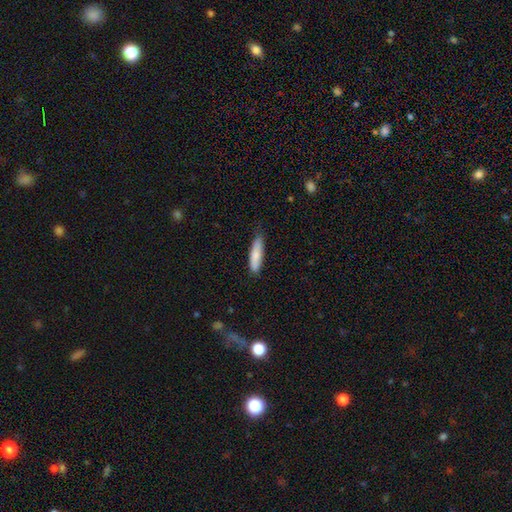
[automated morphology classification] smooth-or-featured: smooth: 80% | featured or disk: 15% | star or artifact: 6%
  how-rounded: cigar-shaped: 67% | in between: 31% | round: 2%
  merging: none: 76% | minor disturbance: 20% | major disturbance: 3% | merger: 1%